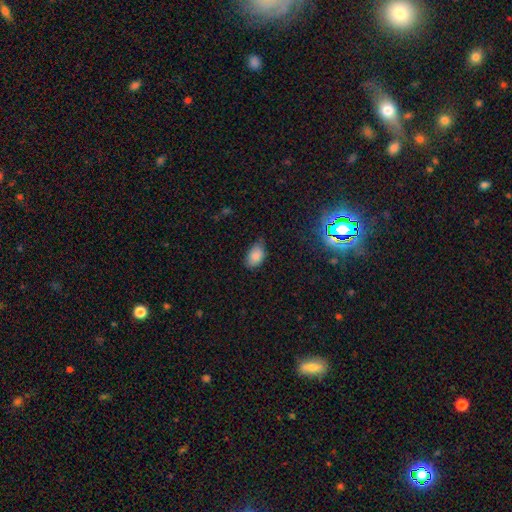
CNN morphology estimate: Q: Smooth or featured?
A: smooth (85%); runner-up: star or artifact (10%)
Q: How rounded?
A: in between (90%); runner-up: round (8%)
Q: Merging?
A: none (65%); runner-up: minor disturbance (29%)